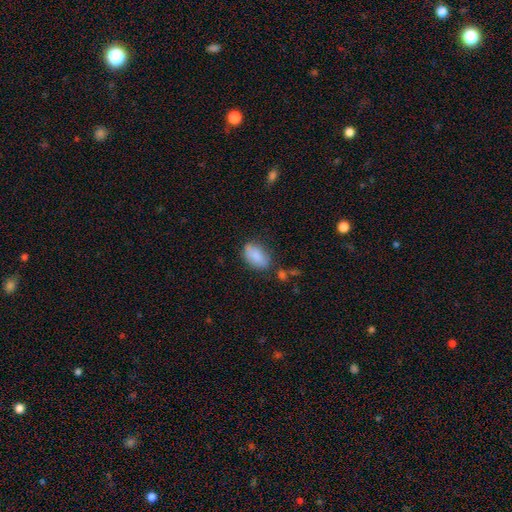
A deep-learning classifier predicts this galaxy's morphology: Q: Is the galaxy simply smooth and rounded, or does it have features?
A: smooth — 85%.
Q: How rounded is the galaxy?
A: in between — 90%.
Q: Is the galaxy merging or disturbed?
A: none — 67%.